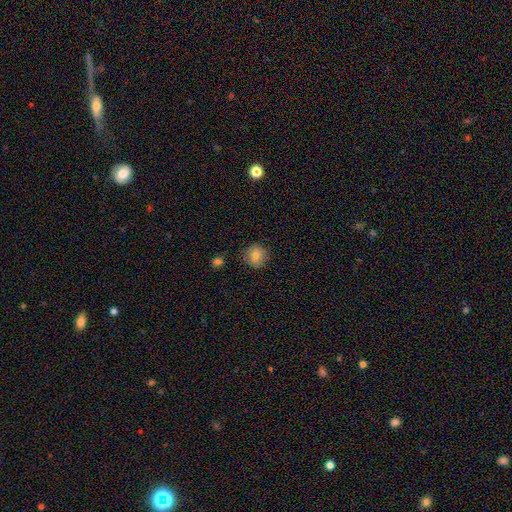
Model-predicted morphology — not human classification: Smooth or featured? smooth (78%)
How rounded? round (92%)
Merging? none (85%)